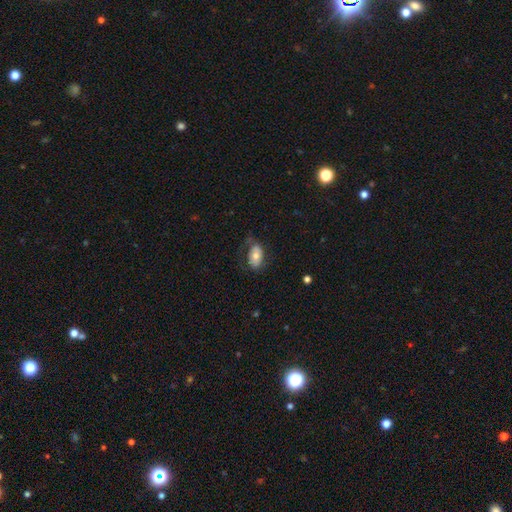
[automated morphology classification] smooth 66%, featured or disk 27%, star or artifact 7%. Down the decision tree: how rounded — in between (91%); merging — none (64%).